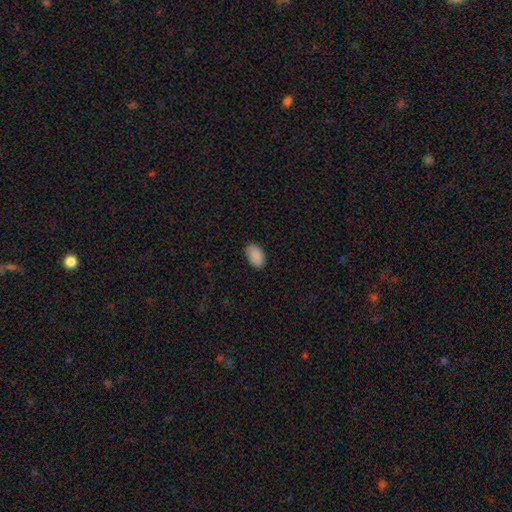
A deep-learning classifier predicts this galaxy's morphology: type=smooth (90%); roundness=in between (94%); merging=none (88%).